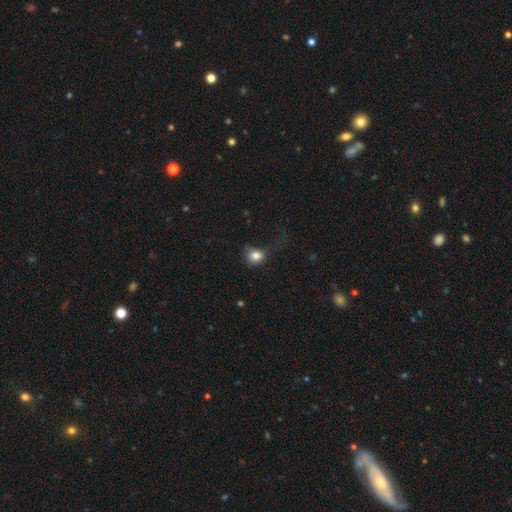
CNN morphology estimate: smooth 81%, star or artifact 10%, featured or disk 9%. Down the decision tree: how rounded — round (62%); merging — major disturbance (40%).